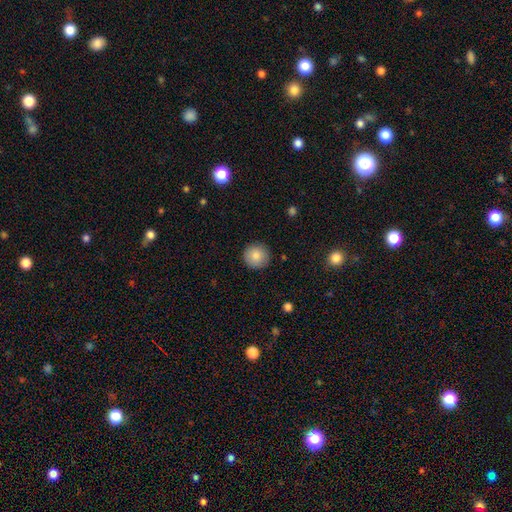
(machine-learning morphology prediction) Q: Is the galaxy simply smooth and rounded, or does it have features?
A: smooth — 85%.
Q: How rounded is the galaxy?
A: round — 95%.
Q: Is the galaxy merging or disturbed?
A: none — 90%.